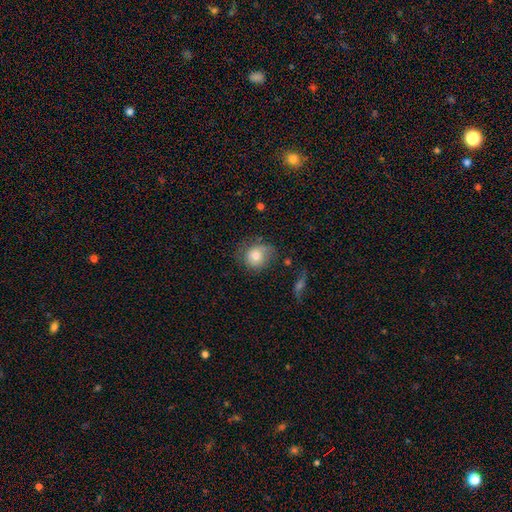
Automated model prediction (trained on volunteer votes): This is likely a smooth galaxy (71%). How rounded: likely round (73%). Merging: possibly none (53%).